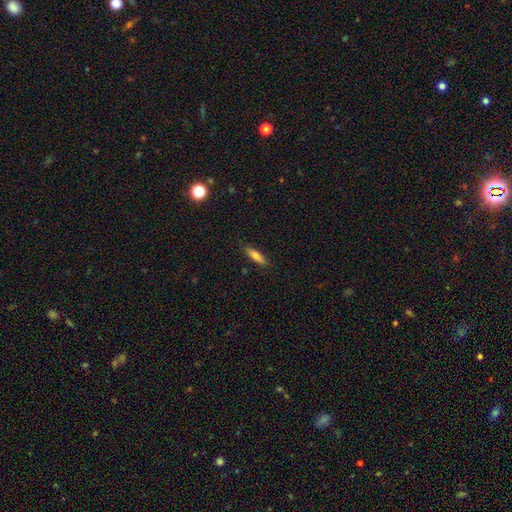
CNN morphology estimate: A smooth galaxy with no disk features (77%) that is cigar-shaped (59%). Merging: none (85%).